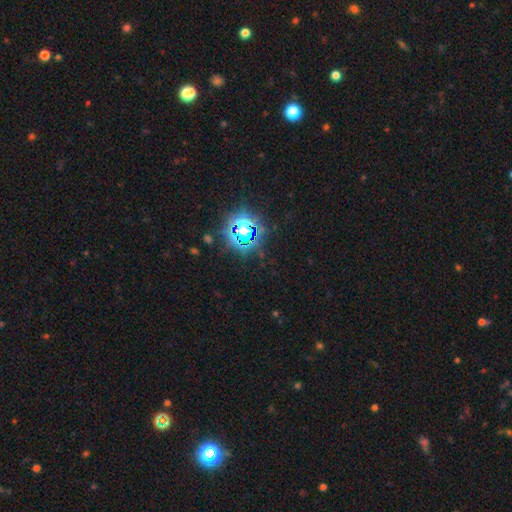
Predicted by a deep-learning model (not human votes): Smooth or featured? Predicted: star or artifact (p=0.81).